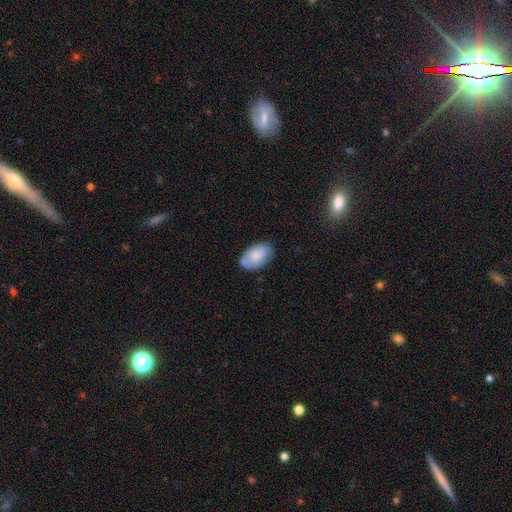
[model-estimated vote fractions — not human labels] Smooth or featured? smooth (75%)
How rounded? in between (93%)
Merging? none (68%)